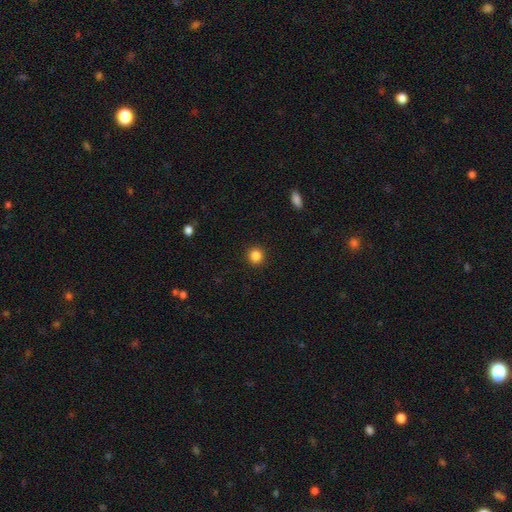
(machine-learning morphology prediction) This appears to be a smooth galaxy with no disk features (86%) that is round (92%). Merging: none (92%).